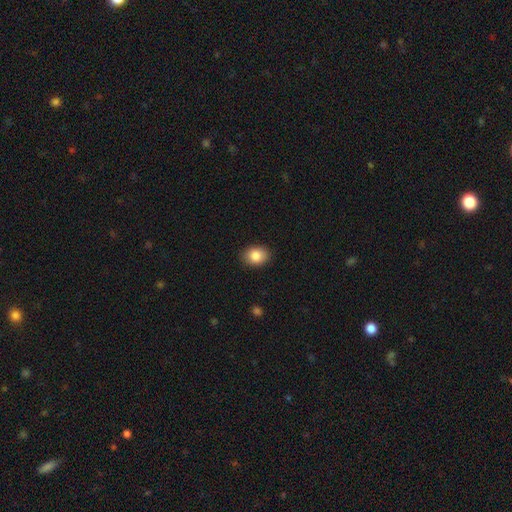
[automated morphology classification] A smooth galaxy with no disk features (86%) that is in between round and cigar-shaped (64%).

Vote fractions:
- Smooth or featured? smooth: 86% / star or artifact: 8% / featured or disk: 6%
- How rounded? in between: 64% / round: 35% / cigar-shaped: 1%
- Merging? none: 89% / minor disturbance: 8% / major disturbance: 2% / merger: 1%